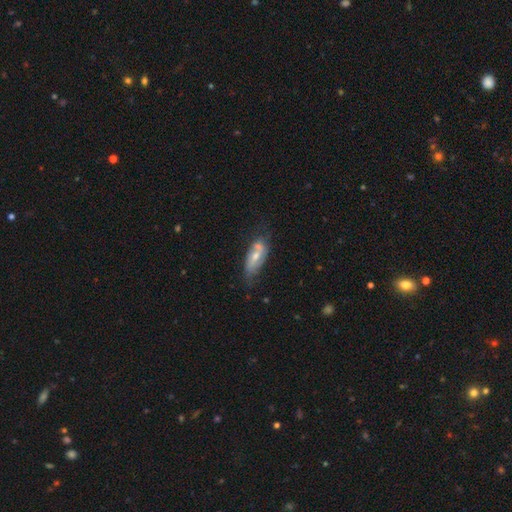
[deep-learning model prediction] Smooth or featured? featured or disk (52%)
Edge-on disk? no (84%)
Merging? none (44%)